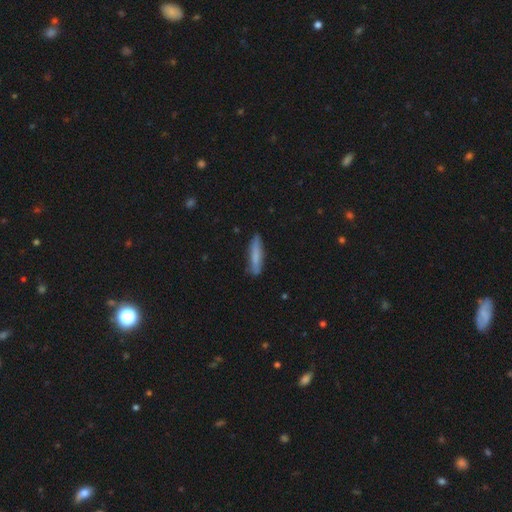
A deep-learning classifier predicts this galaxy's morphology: Smooth or featured? smooth (75%)
How rounded? cigar-shaped (85%)
Merging? none (78%)